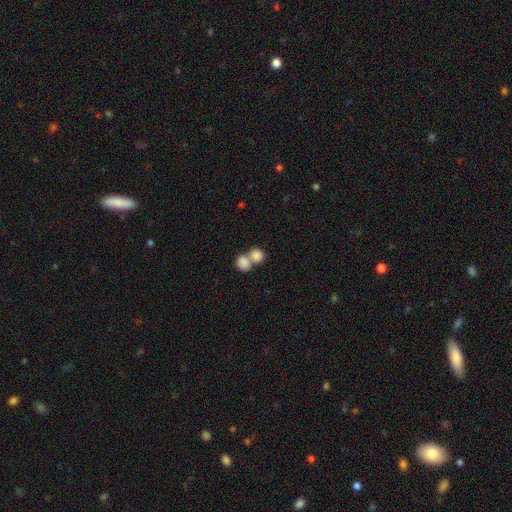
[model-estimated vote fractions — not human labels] Smooth or featured: smooth — 84% (featured or disk — 9%)
How rounded: round — 68% (in between — 31%)
Merging: merger — 64% (none — 28%)